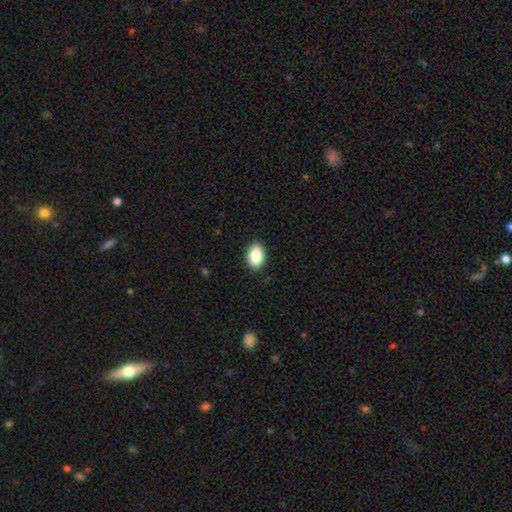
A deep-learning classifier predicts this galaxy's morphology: A smooth galaxy with no disk features (86%) that is in between round and cigar-shaped (87%).

Vote fractions:
- Smooth or featured? smooth: 86% / star or artifact: 8% / featured or disk: 6%
- How rounded? in between: 87% / round: 11% / cigar-shaped: 1%
- Merging? none: 89% / minor disturbance: 8% / major disturbance: 2% / merger: 1%